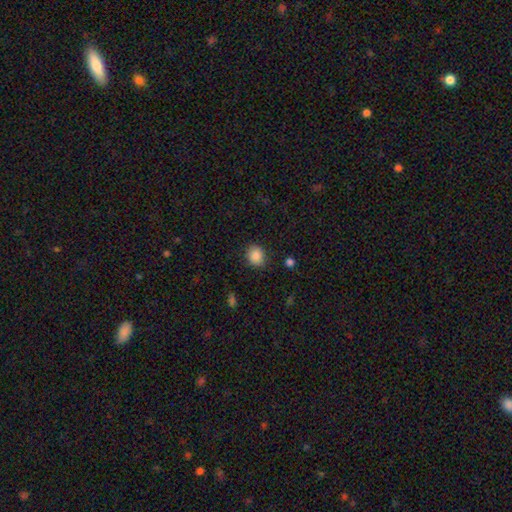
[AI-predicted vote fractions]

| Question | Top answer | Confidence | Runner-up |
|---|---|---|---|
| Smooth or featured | smooth | 87% | star or artifact (9%) |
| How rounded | round | 66% | in between (33%) |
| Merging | none | 85% | minor disturbance (10%) |